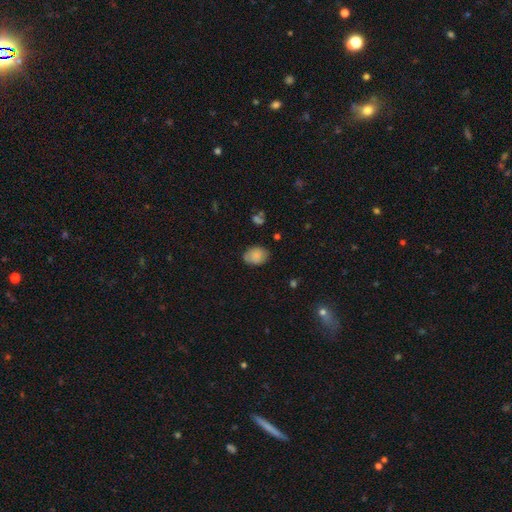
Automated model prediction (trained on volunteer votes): smooth-or-featured: smooth: 83% | featured or disk: 9% | star or artifact: 8%
  how-rounded: in between: 74% | round: 25% | cigar-shaped: 1%
  merging: none: 75% | minor disturbance: 19% | major disturbance: 4% | merger: 2%